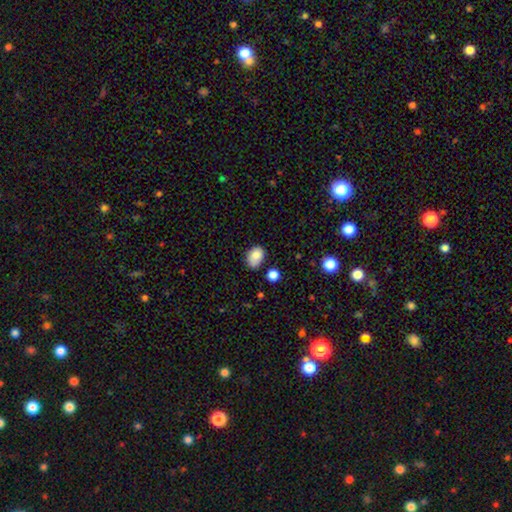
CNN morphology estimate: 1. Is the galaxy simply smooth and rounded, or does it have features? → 84% smooth, 9% star or artifact, 7% featured or disk.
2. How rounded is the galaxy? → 78% in between, 21% round, 1% cigar-shaped.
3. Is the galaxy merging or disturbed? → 60% none, 27% minor disturbance, 6% major disturbance, 6% merger.